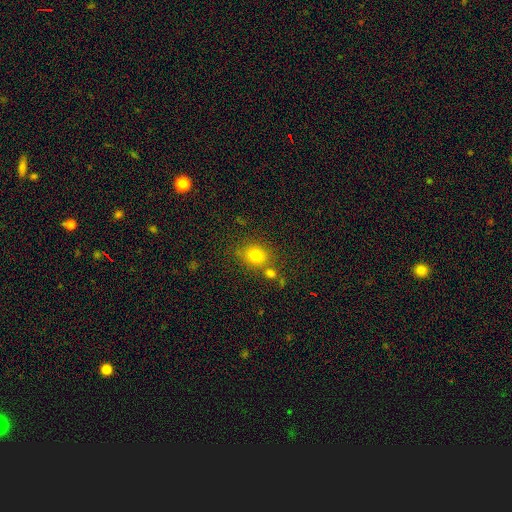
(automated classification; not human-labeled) This appears to be a smooth galaxy with no disk features (78%) that is round (63%). Merging: none (67%).